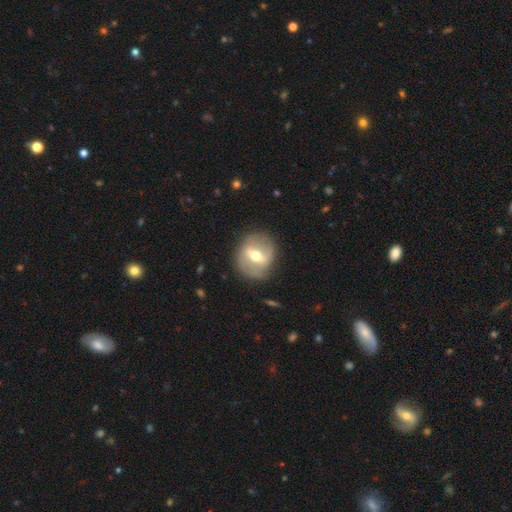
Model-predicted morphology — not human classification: Overall: featured or disk (63%; smooth 30%). Edge-on disk: no (90%). Bar: strong (50%; weak 38%). Spiral arms: no (62%; yes 38%). Bulge size: moderate (72%). Merging: none (83%).